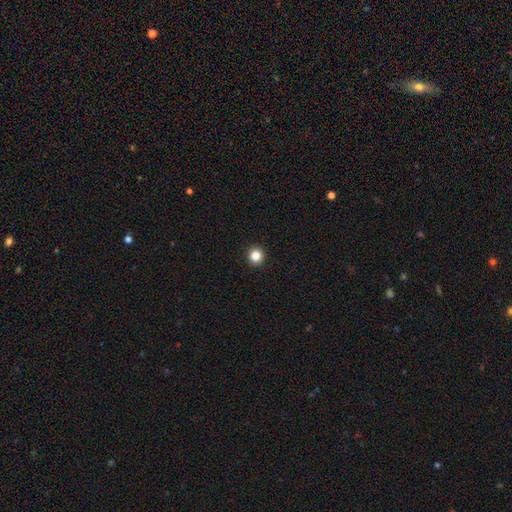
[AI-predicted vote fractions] A smooth galaxy with no disk features (86%) that is round (93%).

Vote fractions:
- Smooth or featured? smooth: 86% / star or artifact: 11% / featured or disk: 3%
- How rounded? round: 93% / in between: 6% / cigar-shaped: 1%
- Merging? none: 94% / minor disturbance: 4% / major disturbance: 1% / merger: 1%